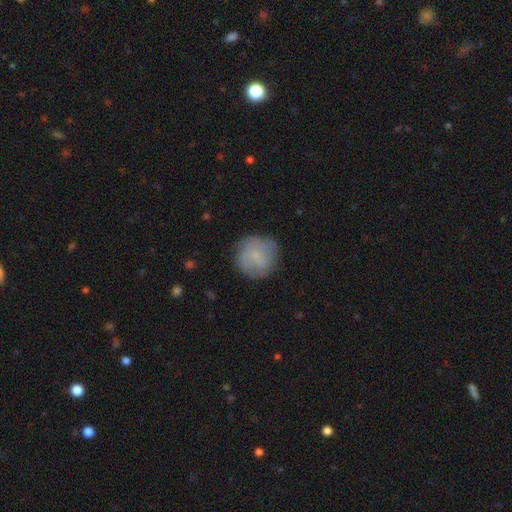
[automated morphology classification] This is likely a smooth galaxy (65%). How rounded: clearly round (93%). Merging: likely none (78%).